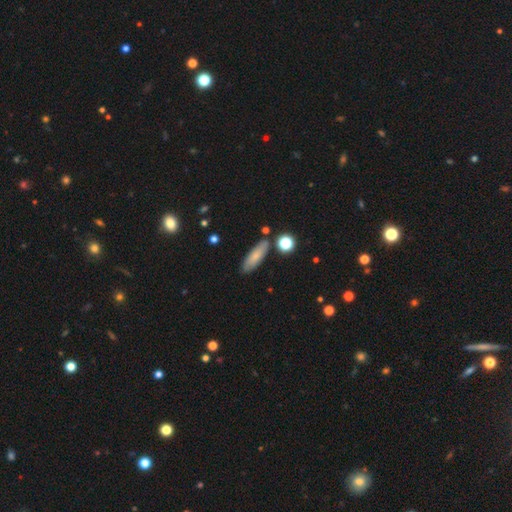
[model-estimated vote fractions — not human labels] This is likely a smooth galaxy (78%). How rounded: possibly cigar-shaped (51%). Merging: clearly none (82%).